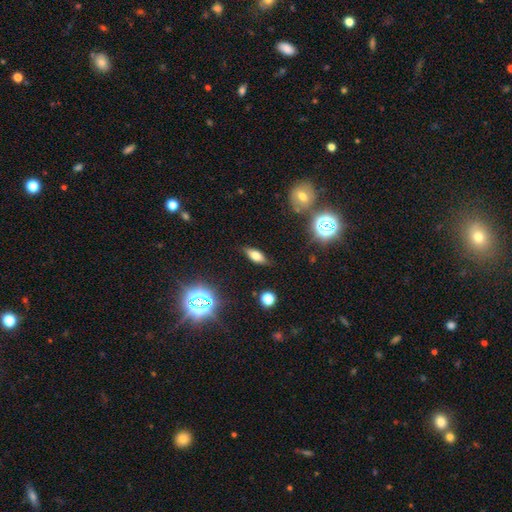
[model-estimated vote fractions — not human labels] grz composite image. It shows a smooth galaxy with no disk features (61%) that is in between round and cigar-shaped (69%). Merging: none (84%).